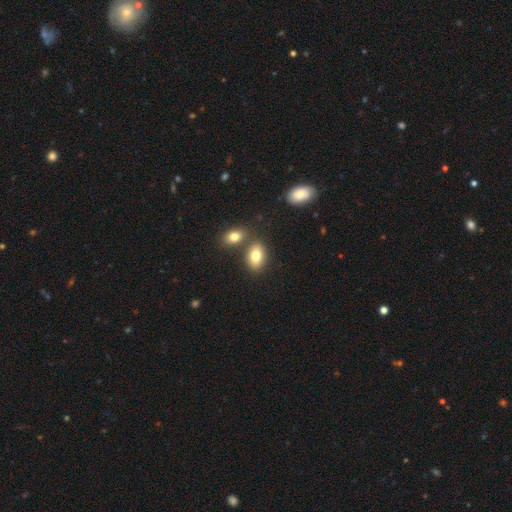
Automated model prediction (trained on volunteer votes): smooth 79%, featured or disk 12%, star or artifact 9%. Down the decision tree: how rounded — in between (86%); merging — none (65%).